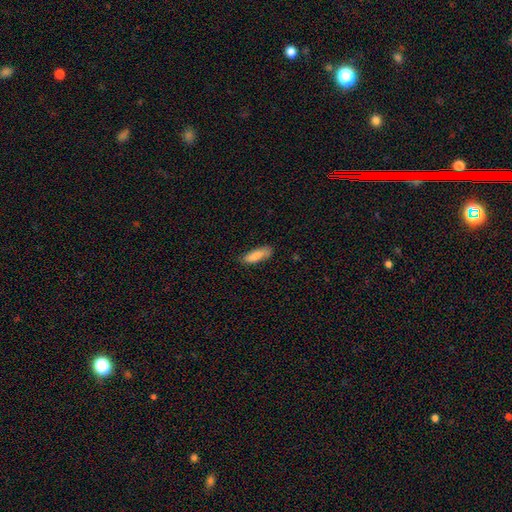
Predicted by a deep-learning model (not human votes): Smooth or featured? smooth (82%)
How rounded? in between (60%)
Merging? none (77%)